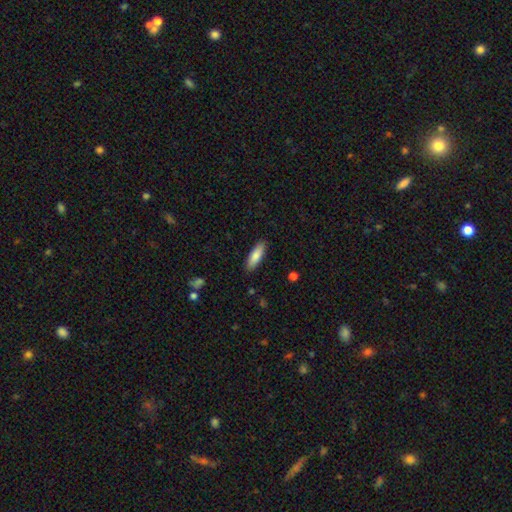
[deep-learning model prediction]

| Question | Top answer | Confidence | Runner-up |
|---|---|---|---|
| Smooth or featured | smooth | 83% | featured or disk (11%) |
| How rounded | in between | 53% | cigar-shaped (46%) |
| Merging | none | 89% | minor disturbance (8%) |